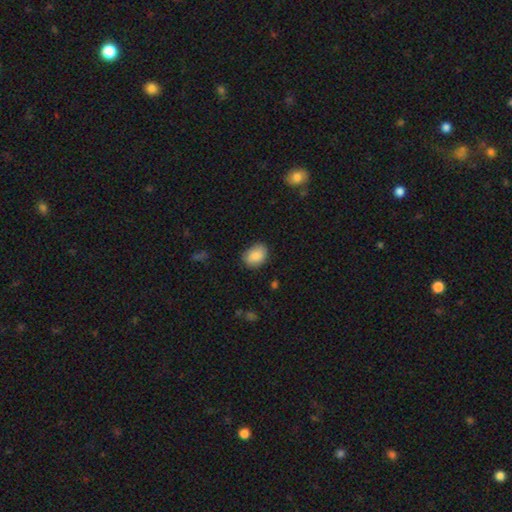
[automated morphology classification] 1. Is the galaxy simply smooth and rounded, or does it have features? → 87% smooth, 7% star or artifact, 6% featured or disk.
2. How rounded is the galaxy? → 66% in between, 33% round, 1% cigar-shaped.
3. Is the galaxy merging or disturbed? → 79% none, 17% minor disturbance, 3% major disturbance, 1% merger.